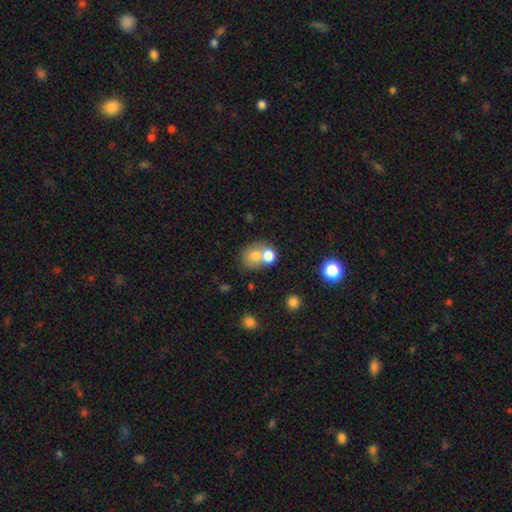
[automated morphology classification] The model was most divided on "merging": merger: 58%, none: 30%, minor disturbance: 8%, major disturbance: 4%. More confident: smooth or featured — smooth (72%); how rounded — round (63%).